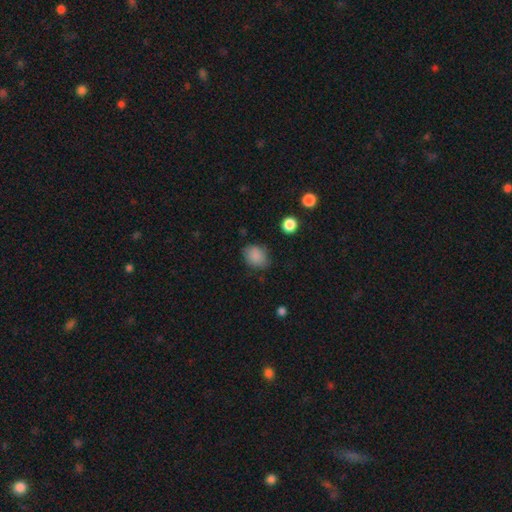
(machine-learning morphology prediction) smooth_or_featured: smooth (p=0.86) [alt: star or artifact p=0.09]
how_rounded: in between (p=0.57) [alt: round p=0.42]
merging: none (p=0.74) [alt: minor disturbance p=0.20]